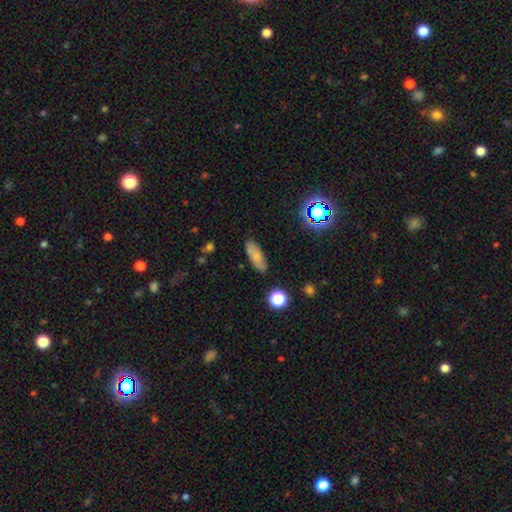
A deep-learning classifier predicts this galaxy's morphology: Smooth or featured? Predicted: smooth (p=0.70). How rounded? Predicted: in between (p=0.68). Merging? Predicted: none (p=0.81).